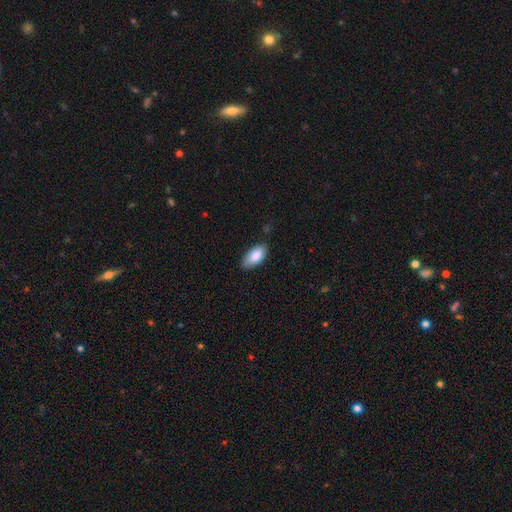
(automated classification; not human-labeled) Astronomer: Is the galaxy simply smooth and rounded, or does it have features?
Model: smooth — 86%.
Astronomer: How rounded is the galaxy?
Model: in between — 93%.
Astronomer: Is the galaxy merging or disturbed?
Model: none — 79%.